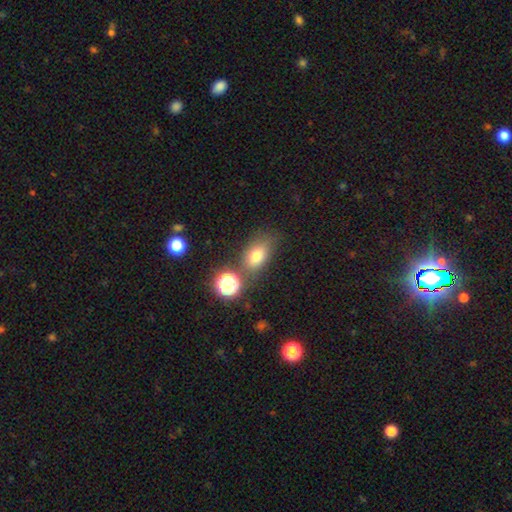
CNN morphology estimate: Smooth or featured? smooth (74%)
How rounded? in between (75%)
Merging? none (66%)